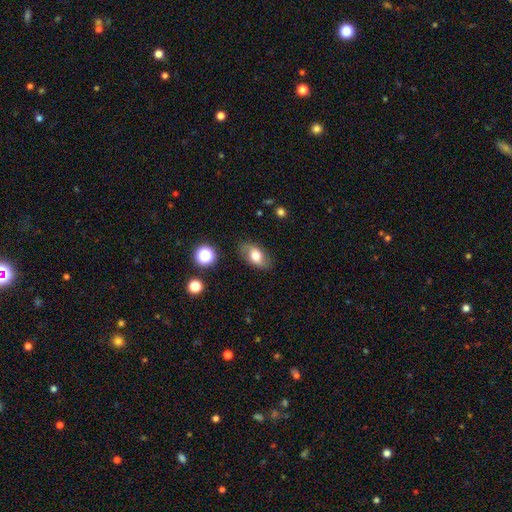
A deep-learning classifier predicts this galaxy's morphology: This appears to be a smooth galaxy with no disk features (66%) that is in between round and cigar-shaped (88%). Merging: none (81%).